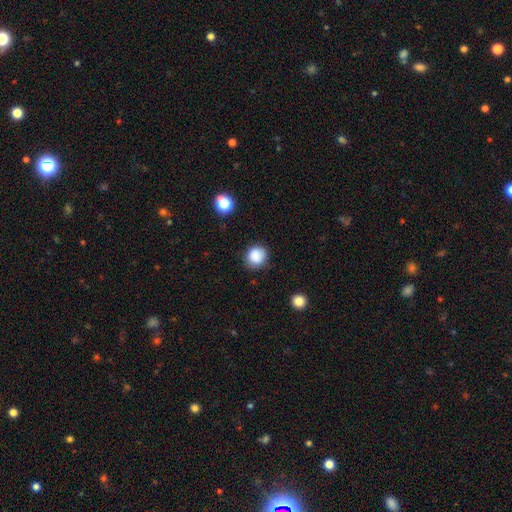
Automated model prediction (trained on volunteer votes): This appears to be a smooth galaxy with no disk features (86%) that is round (86%). Merging: none (83%).